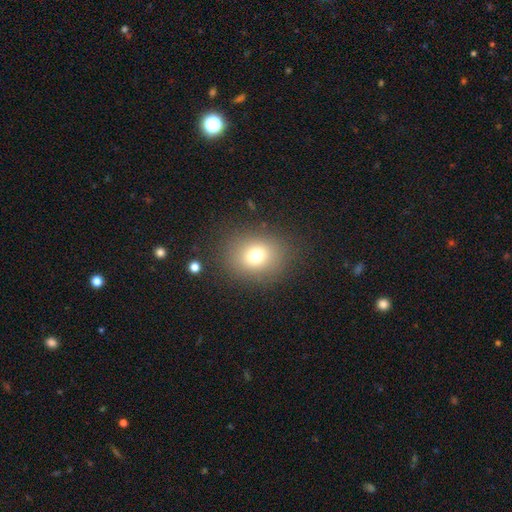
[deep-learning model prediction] Smooth or featured? Predicted: smooth (p=0.73). How rounded? Predicted: round (p=0.67). Merging? Predicted: none (p=0.85).